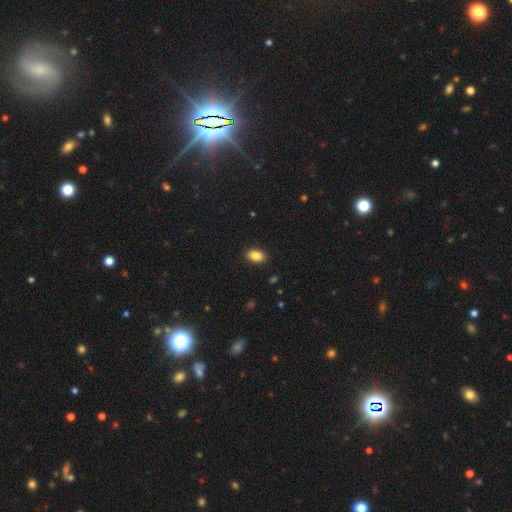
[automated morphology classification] A smooth galaxy with no disk features (87%) that is in between round and cigar-shaped (90%).

Vote fractions:
- Smooth or featured? smooth: 87% / star or artifact: 8% / featured or disk: 4%
- How rounded? in between: 90% / round: 8% / cigar-shaped: 2%
- Merging? none: 90% / minor disturbance: 8% / major disturbance: 2% / merger: 1%